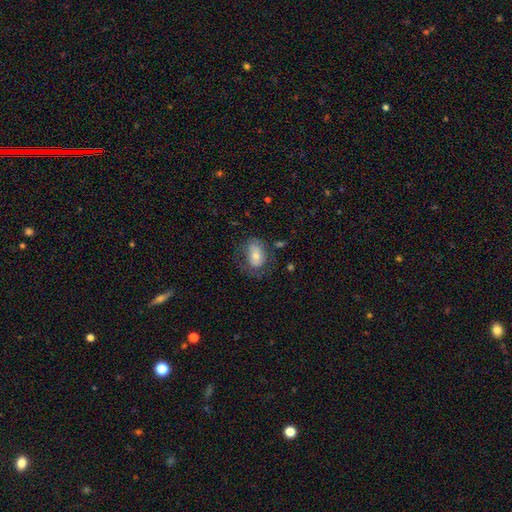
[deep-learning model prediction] Smooth or featured? smooth (51%)
How rounded? in between (79%)
Merging? none (55%)